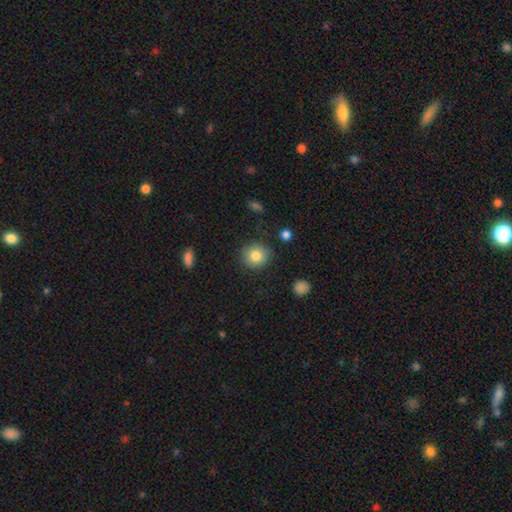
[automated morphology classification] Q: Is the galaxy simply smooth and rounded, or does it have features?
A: smooth — 82%.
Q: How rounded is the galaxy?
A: round — 87%.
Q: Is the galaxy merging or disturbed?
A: none — 87%.